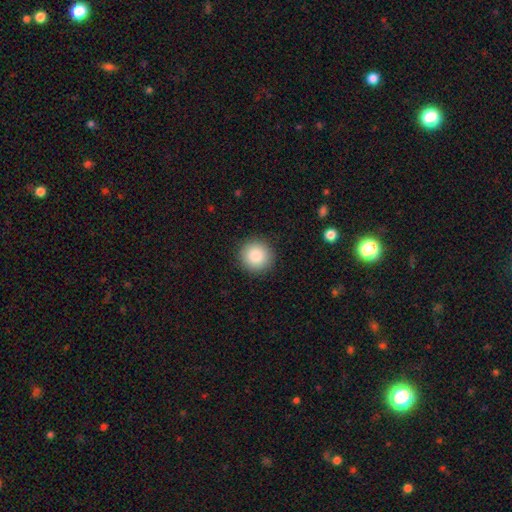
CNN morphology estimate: Overall: smooth (87%). How rounded: round (95%). Merging: none (92%).